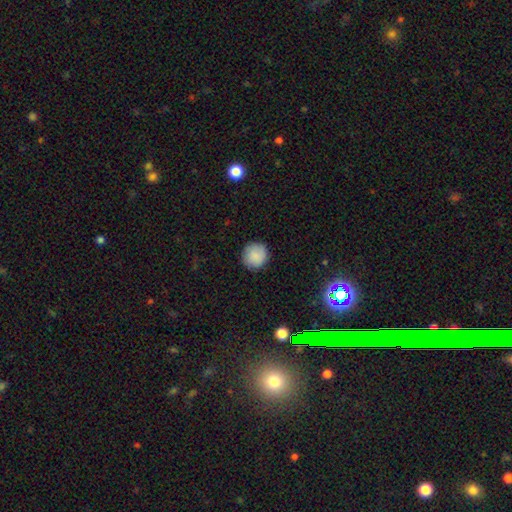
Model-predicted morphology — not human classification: type=smooth (87%); roundness=round (95%); merging=none (89%).